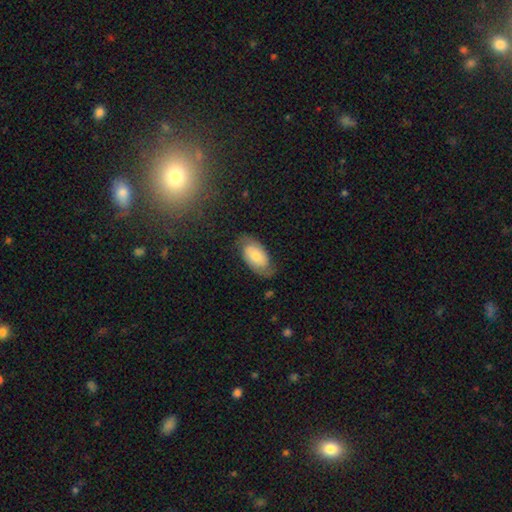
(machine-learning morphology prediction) type=featured or disk (51%); edge-on=no (94%); merging=none (70%).